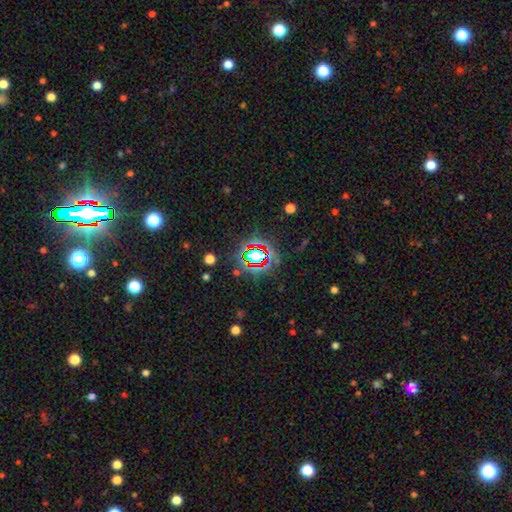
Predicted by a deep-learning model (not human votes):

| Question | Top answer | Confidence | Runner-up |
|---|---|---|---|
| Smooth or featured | star or artifact | 70% | smooth (19%) |